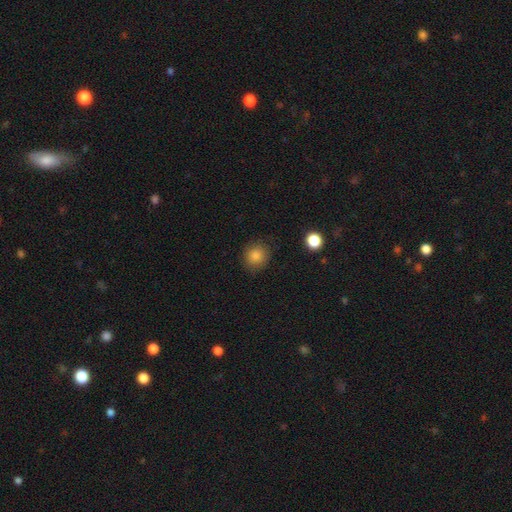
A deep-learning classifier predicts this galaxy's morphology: A smooth galaxy with no disk features (84%) that is round (85%). Merging: none (86%).